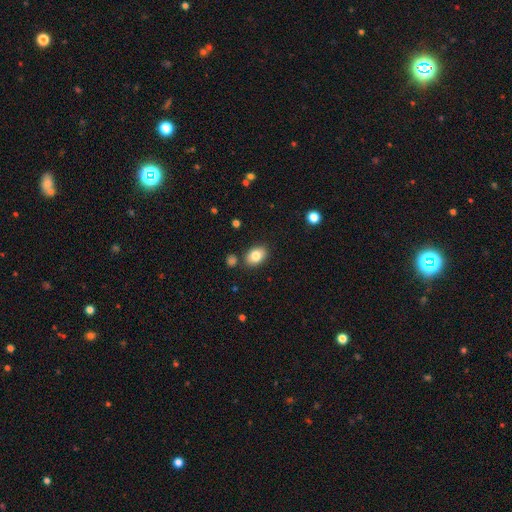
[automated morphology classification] type=smooth (82%); roundness=in between (82%); merging=none (83%).